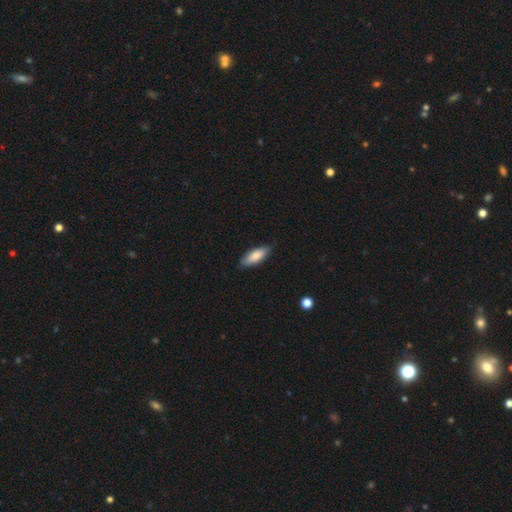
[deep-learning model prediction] Smooth or featured: smooth — 83% (featured or disk — 11%)
How rounded: in between — 68% (cigar-shaped — 30%)
Merging: none — 84% (minor disturbance — 13%)